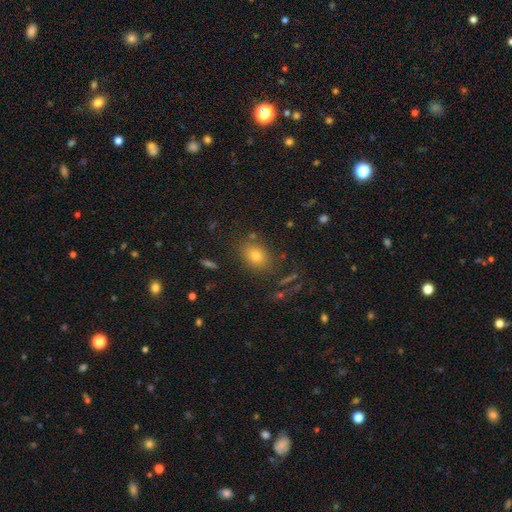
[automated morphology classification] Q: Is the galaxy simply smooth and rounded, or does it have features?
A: smooth — 73%.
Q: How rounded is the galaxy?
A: in between — 61%.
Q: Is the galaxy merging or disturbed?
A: none — 82%.